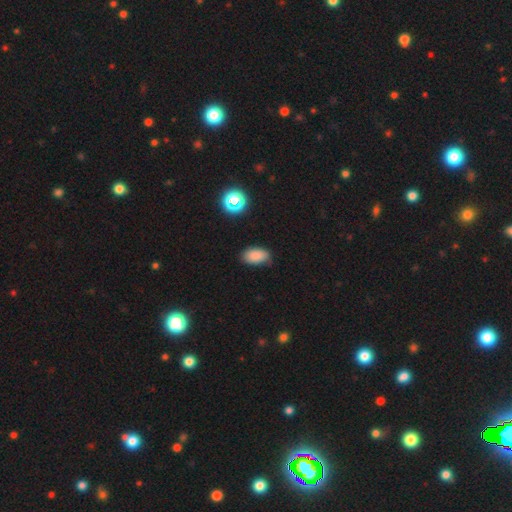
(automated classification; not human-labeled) Overall: smooth (84%). How rounded: in between (92%). Merging: none (76%).